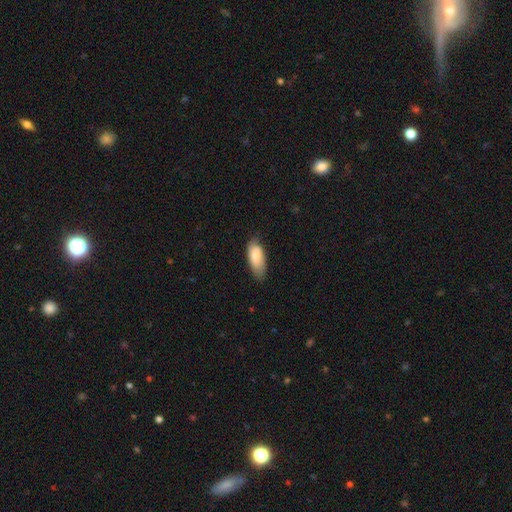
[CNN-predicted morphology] Smooth or featured? Predicted: smooth (p=0.82). How rounded? Predicted: in between (p=0.81). Merging? Predicted: none (p=0.66).